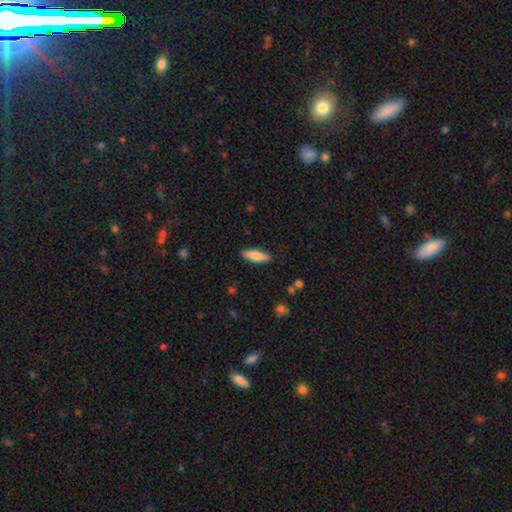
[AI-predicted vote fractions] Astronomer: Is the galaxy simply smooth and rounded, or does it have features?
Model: smooth — 79%.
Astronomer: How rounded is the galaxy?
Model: in between — 51% (runner-up: cigar-shaped, 47%).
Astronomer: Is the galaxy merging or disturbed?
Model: none — 87%.